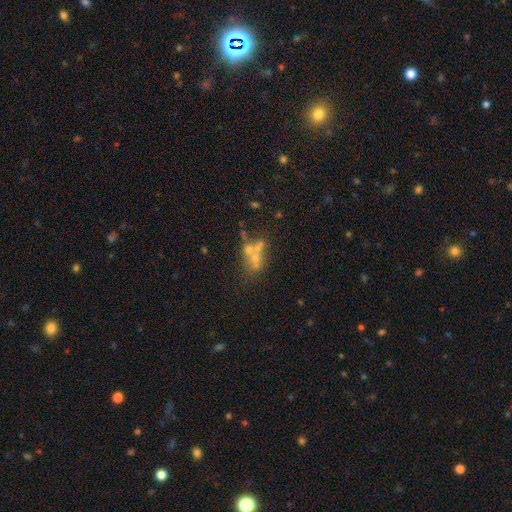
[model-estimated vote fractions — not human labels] Q: Smooth or featured?
A: featured or disk (41%); runner-up: smooth (34%)
Q: Merging?
A: merger (46%); runner-up: none (35%)